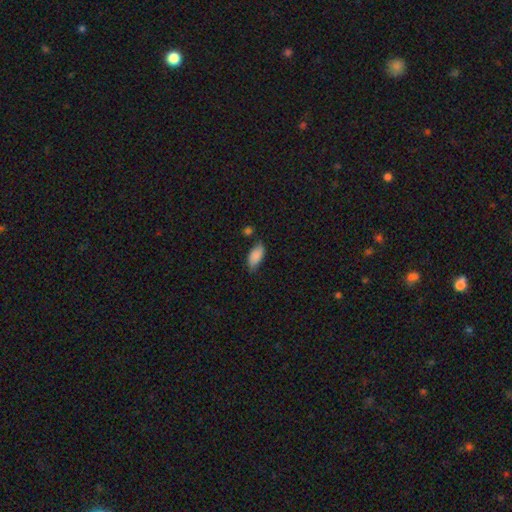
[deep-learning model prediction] smooth-or-featured: smooth: 84% | featured or disk: 8% | star or artifact: 7%
  how-rounded: in between: 91% | cigar-shaped: 7% | round: 2%
  merging: none: 62% | minor disturbance: 27% | major disturbance: 5% | merger: 5%